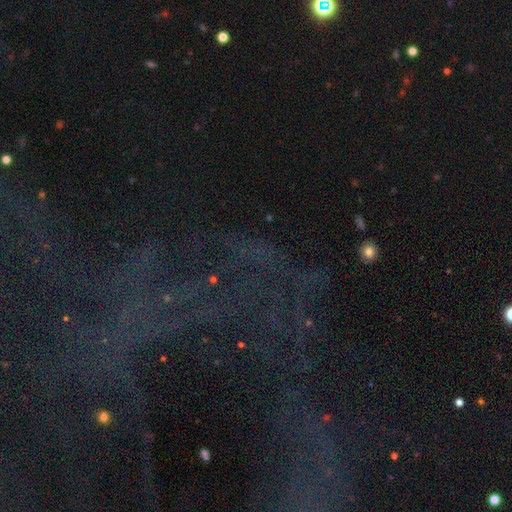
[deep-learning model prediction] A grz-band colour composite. It shows a star or artifact, not a galaxy (73%).